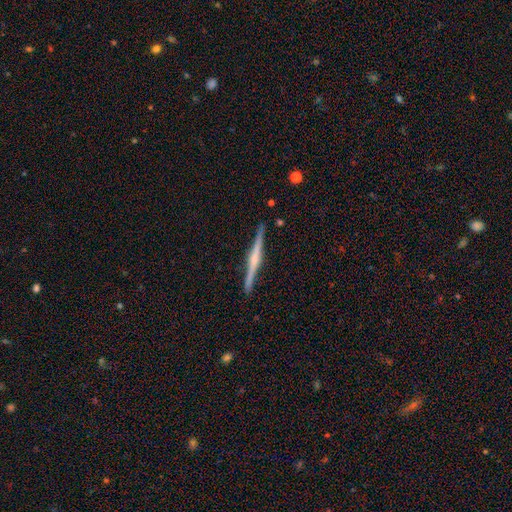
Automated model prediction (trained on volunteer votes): Overall: featured or disk (79%). Edge-on disk: yes (99%). Edge-on bulge: rounded (65%). Merging: none (92%).